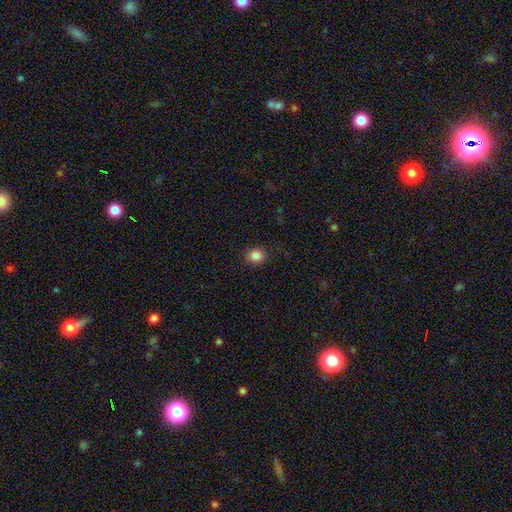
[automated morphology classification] This is clearly a smooth galaxy (85%). How rounded: likely round (77%). Merging: clearly none (89%).